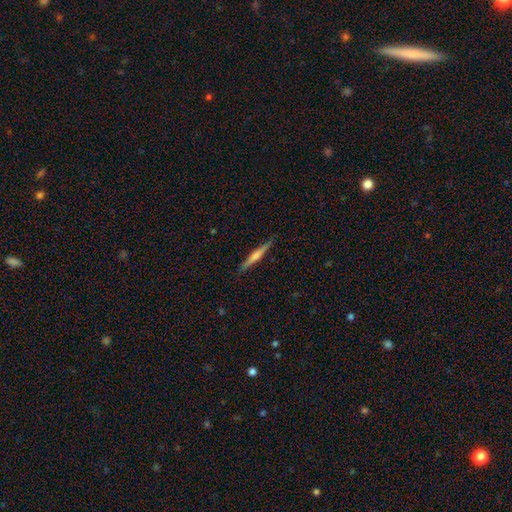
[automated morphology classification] Smooth or featured? featured or disk (63%)
Edge-on disk? yes (98%)
Edge-on bulge? rounded (72%)
Merging? none (90%)